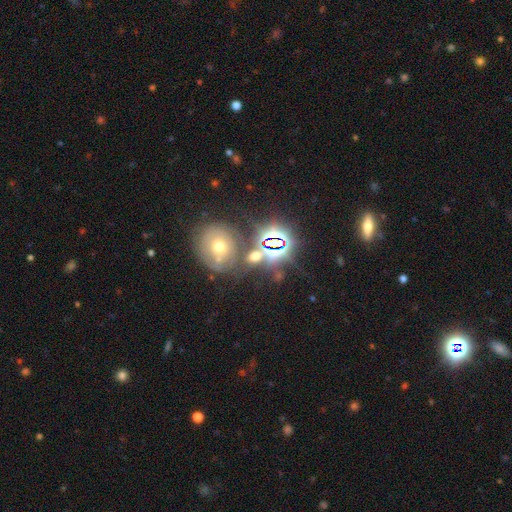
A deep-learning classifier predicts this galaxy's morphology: type=star or artifact (53%).